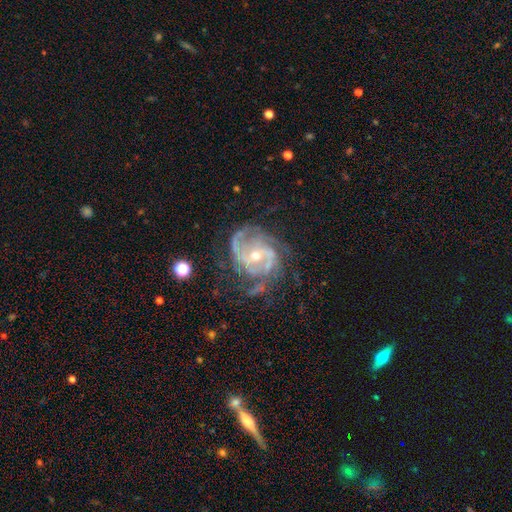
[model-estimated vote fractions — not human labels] Q: Smooth or featured?
A: featured or disk (90%); runner-up: star or artifact (6%)
Q: Edge-on disk?
A: no (98%); runner-up: yes (2%)
Q: Bar?
A: no (44%); runner-up: weak (39%)
Q: Spiral arms?
A: yes (96%); runner-up: no (4%)
Q: Spiral winding?
A: medium (45%); runner-up: tight (41%)
Q: Spiral arm count?
A: 2 (43%); runner-up: 3 (23%)
Q: Bulge size?
A: small (53%); runner-up: moderate (44%)
Q: Merging?
A: none (61%); runner-up: minor disturbance (21%)